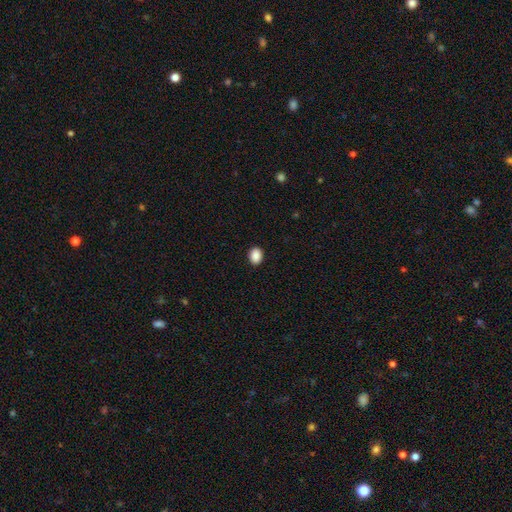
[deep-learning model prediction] smooth-or-featured: smooth: 89% | star or artifact: 8% | featured or disk: 3%
  how-rounded: in between: 56% | round: 43% | cigar-shaped: 1%
  merging: none: 91% | minor disturbance: 6% | major disturbance: 2% | merger: 1%